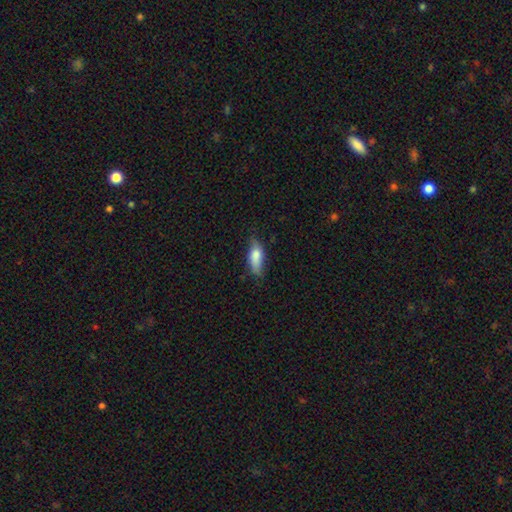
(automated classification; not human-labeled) Smooth or featured? smooth (77%)
How rounded? in between (75%)
Merging? none (61%)